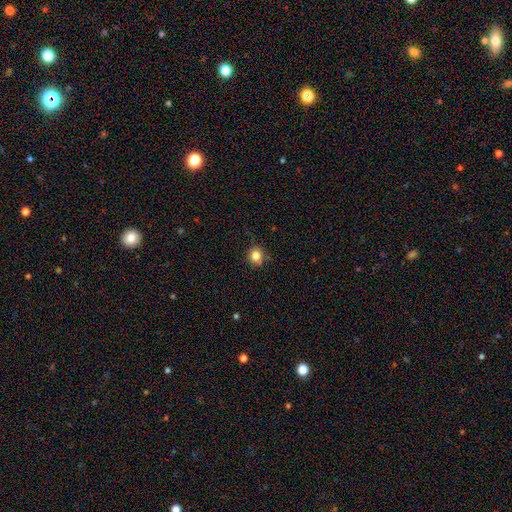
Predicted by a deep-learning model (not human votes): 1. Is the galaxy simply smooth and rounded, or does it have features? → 82% smooth, 12% star or artifact, 5% featured or disk.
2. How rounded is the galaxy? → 88% round, 11% in between, 1% cigar-shaped.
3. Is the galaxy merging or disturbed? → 83% none, 12% minor disturbance, 3% major disturbance, 2% merger.